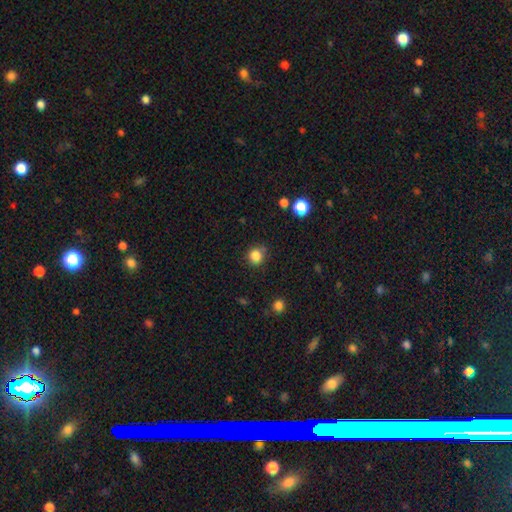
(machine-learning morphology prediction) Smooth or featured? Predicted: smooth (p=0.84). How rounded? Predicted: round (p=0.83). Merging? Predicted: none (p=0.77).